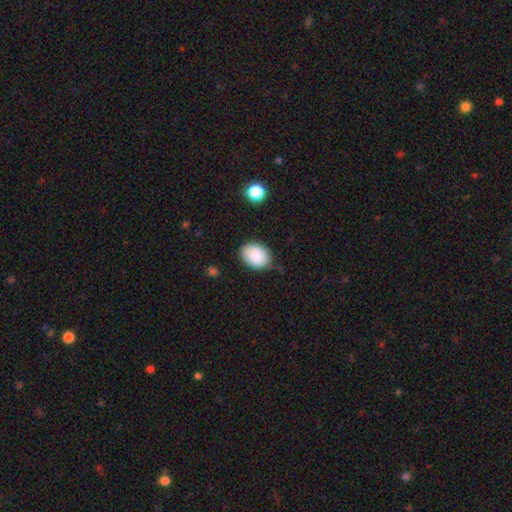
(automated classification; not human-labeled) smooth_or_featured: smooth (p=0.88) [alt: star or artifact p=0.07]
how_rounded: in between (p=0.78) [alt: round p=0.21]
merging: none (p=0.76) [alt: minor disturbance p=0.18]